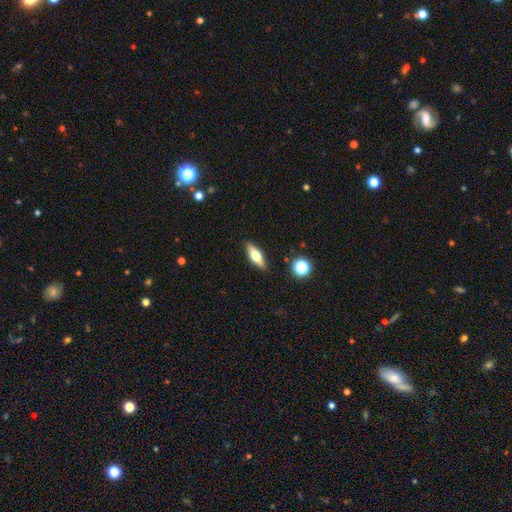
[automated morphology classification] Smooth or featured?
  - smooth: 48% *
  - featured or disk: 44%
  - star or artifact: 8%
Merging?
  - none: 88% *
  - minor disturbance: 9%
  - major disturbance: 2%
  - merger: 2%